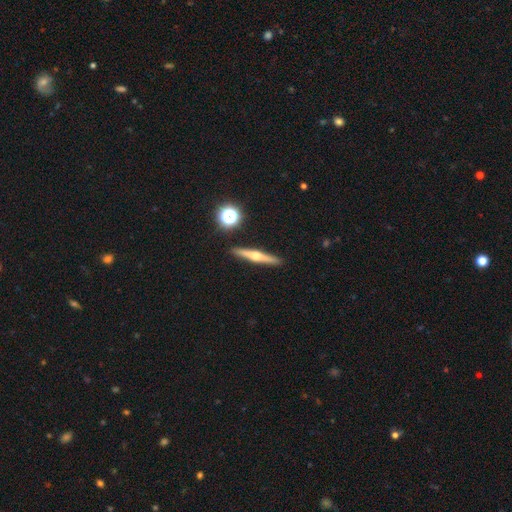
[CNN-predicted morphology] This is likely a featured or disk galaxy (65%). It is clearly viewed edge-on (97%). Edge-on bulge: clearly rounded (91%). Merging: clearly none (91%).